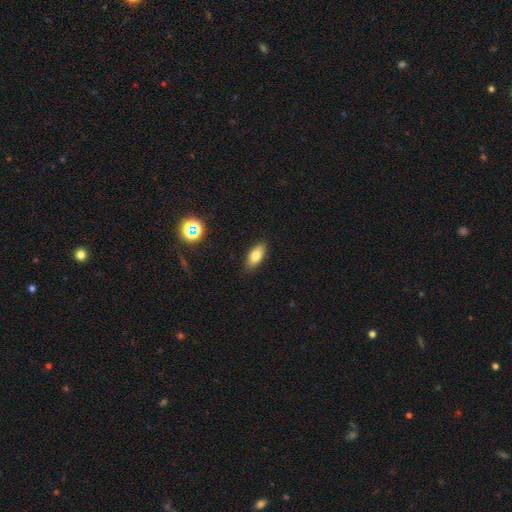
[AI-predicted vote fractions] Overall: smooth (79%). How rounded: in between (87%). Merging: none (87%).